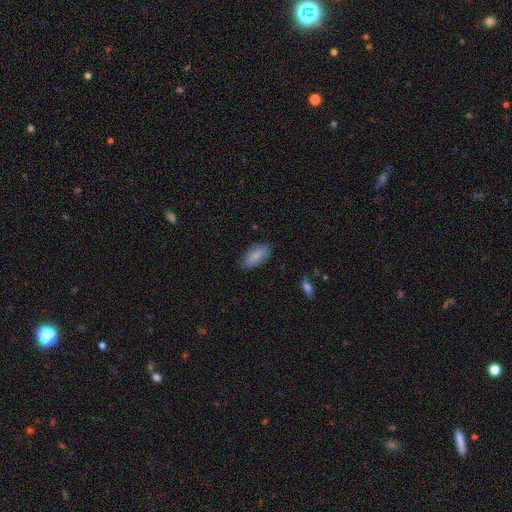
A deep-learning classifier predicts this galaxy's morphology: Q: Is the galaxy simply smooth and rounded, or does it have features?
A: smooth — 84%.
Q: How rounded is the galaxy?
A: in between — 90%.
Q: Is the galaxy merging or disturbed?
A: none — 79%.